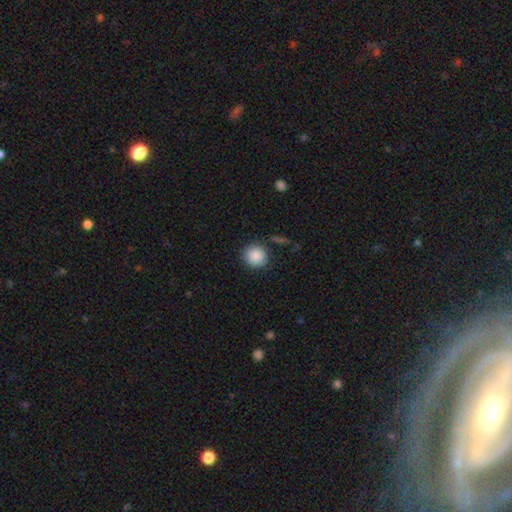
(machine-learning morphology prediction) Smooth or featured? Predicted: smooth (p=0.88). How rounded? Predicted: round (p=0.92). Merging? Predicted: none (p=0.85).